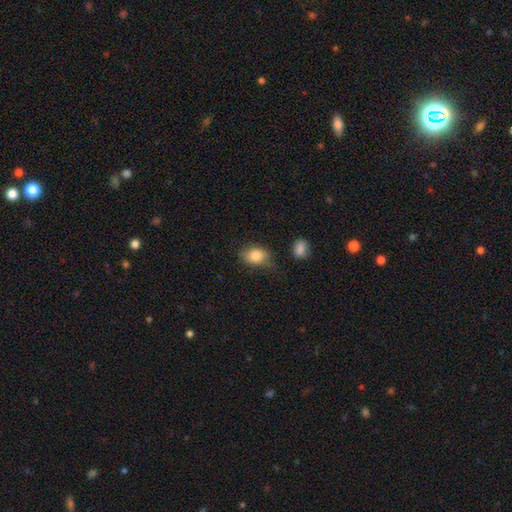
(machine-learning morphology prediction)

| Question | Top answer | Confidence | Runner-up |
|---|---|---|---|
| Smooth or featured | smooth | 84% | featured or disk (8%) |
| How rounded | in between | 70% | round (28%) |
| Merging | none | 57% | minor disturbance (29%) |